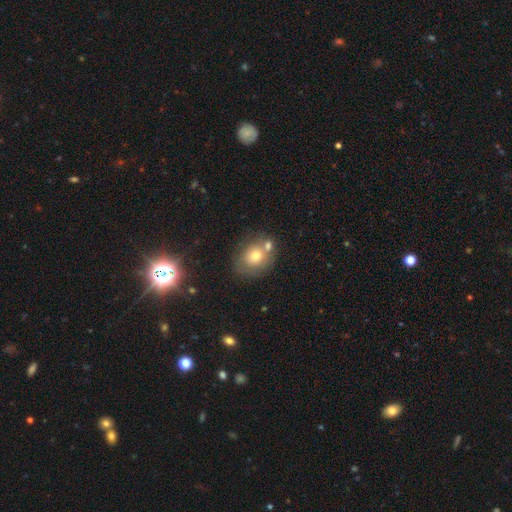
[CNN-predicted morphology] A smooth galaxy with no disk features (69%) that is round (61%).

Vote fractions:
- Smooth or featured? smooth: 69% / featured or disk: 21% / star or artifact: 10%
- How rounded? round: 61% / in between: 38% / cigar-shaped: 1%
- Merging? none: 52% / merger: 28% / minor disturbance: 15% / major disturbance: 6%